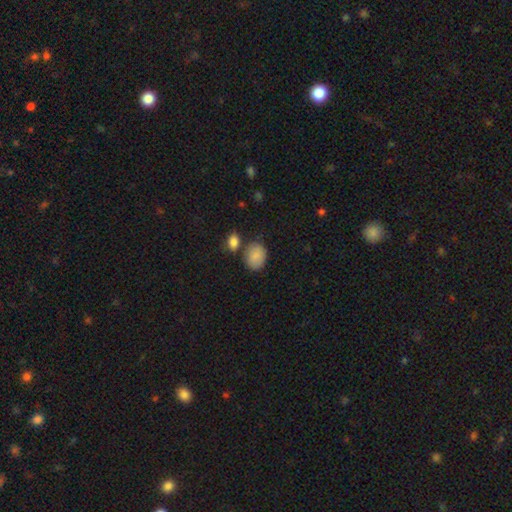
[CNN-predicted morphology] The model was most divided on "how rounded": in between: 65%, round: 34%, cigar-shaped: 1%. More confident: smooth or featured — smooth (85%); merging — none (67%).